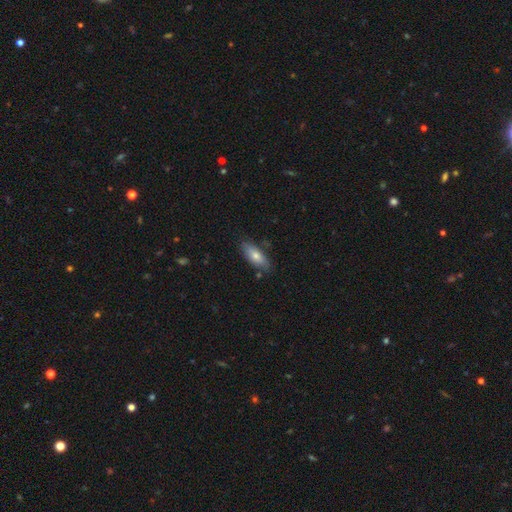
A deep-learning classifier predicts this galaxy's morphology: type=smooth (73%); roundness=in between (76%); merging=none (77%).